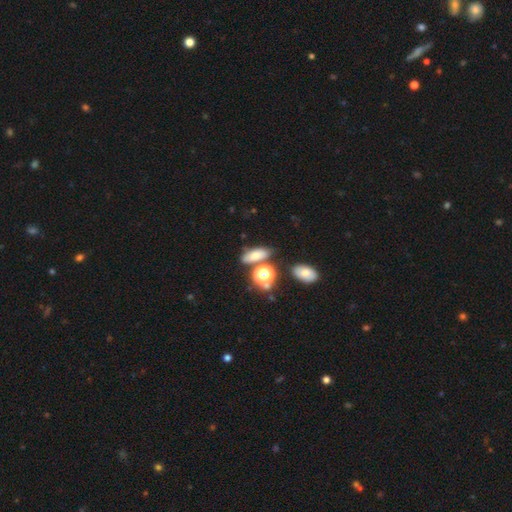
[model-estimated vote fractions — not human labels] Overall: smooth (66%). How rounded: in between (69%). Merging: none (65%).